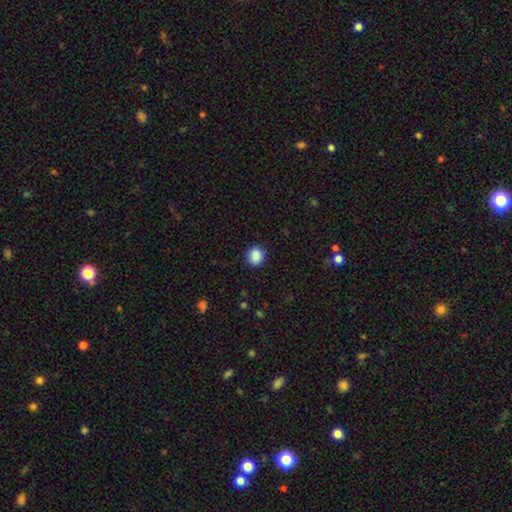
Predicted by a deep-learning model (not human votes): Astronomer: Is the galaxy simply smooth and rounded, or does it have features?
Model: smooth — 88%.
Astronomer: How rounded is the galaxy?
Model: round — 84%.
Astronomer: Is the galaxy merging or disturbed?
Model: none — 90%.